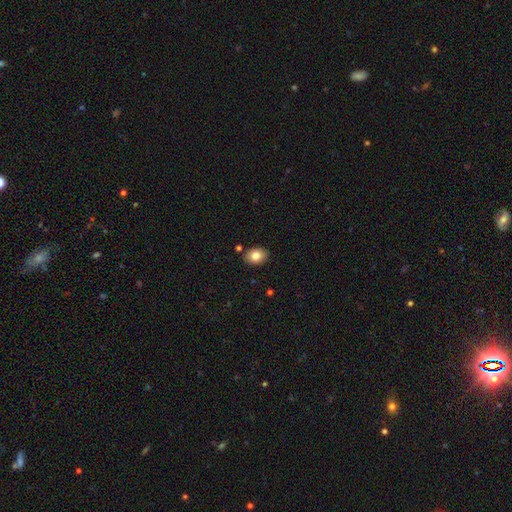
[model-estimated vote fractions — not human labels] smooth_or_featured: smooth (p=0.83) [alt: featured or disk p=0.09]
how_rounded: in between (p=0.73) [alt: round p=0.26]
merging: none (p=0.85) [alt: minor disturbance p=0.10]